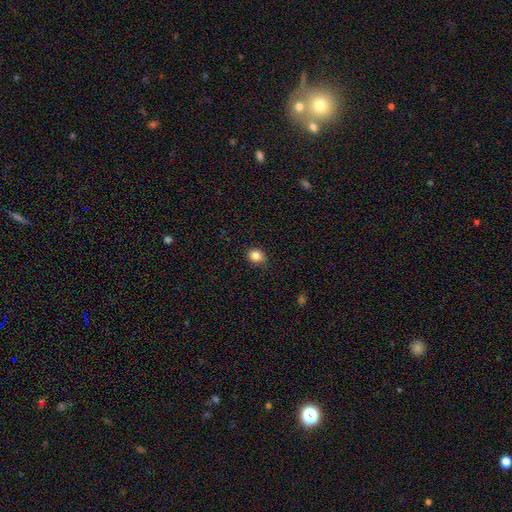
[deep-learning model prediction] Smooth or featured?
  - smooth: 85% *
  - star or artifact: 10%
  - featured or disk: 4%
How rounded?
  - round: 68% *
  - in between: 31%
  - cigar-shaped: 1%
Merging?
  - none: 87% *
  - minor disturbance: 10%
  - major disturbance: 2%
  - merger: 1%